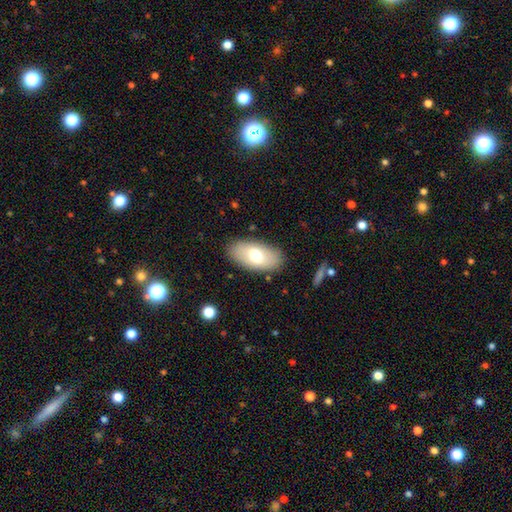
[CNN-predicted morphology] Smooth or featured: smooth — 68% (featured or disk — 26%)
How rounded: in between — 93% (round — 4%)
Merging: none — 85% (minor disturbance — 10%)